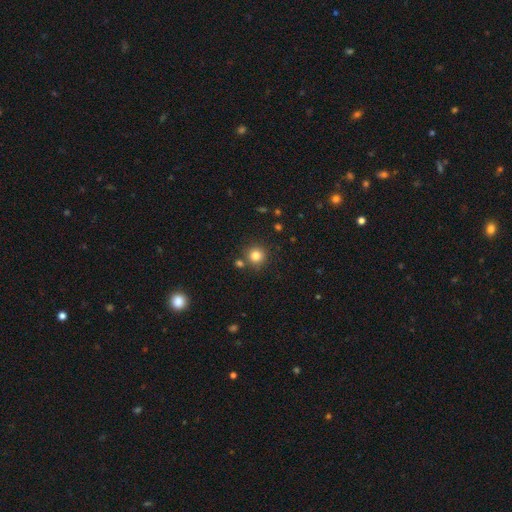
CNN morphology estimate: Smooth or featured? Predicted: smooth (p=0.82). How rounded? Predicted: round (p=0.93). Merging? Predicted: none (p=0.80).